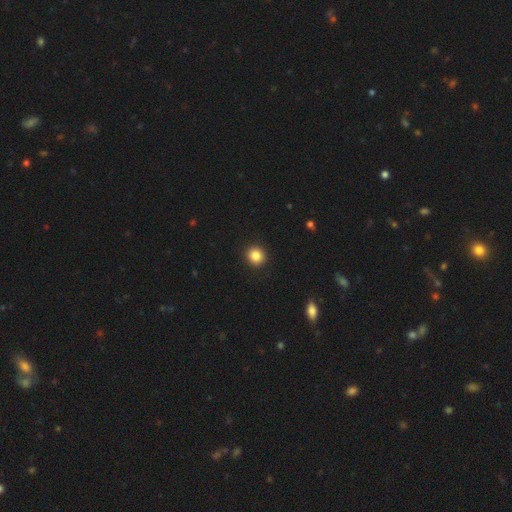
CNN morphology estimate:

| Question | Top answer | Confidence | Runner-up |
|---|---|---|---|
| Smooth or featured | smooth | 86% | star or artifact (10%) |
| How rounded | round | 88% | in between (11%) |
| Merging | none | 92% | minor disturbance (5%) |